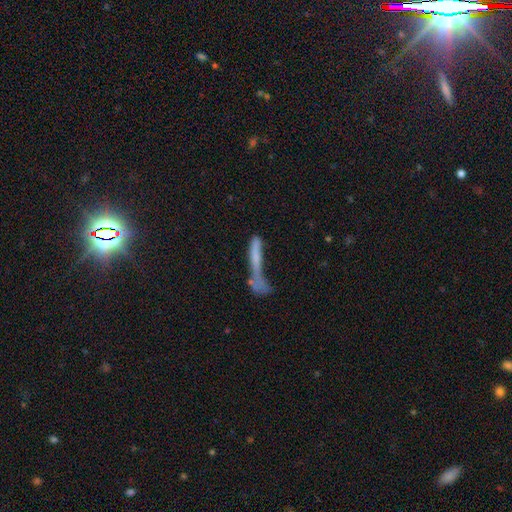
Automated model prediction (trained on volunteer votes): A smooth galaxy with no disk features (61%) that is cigar-shaped (89%). Merging: none (30%).